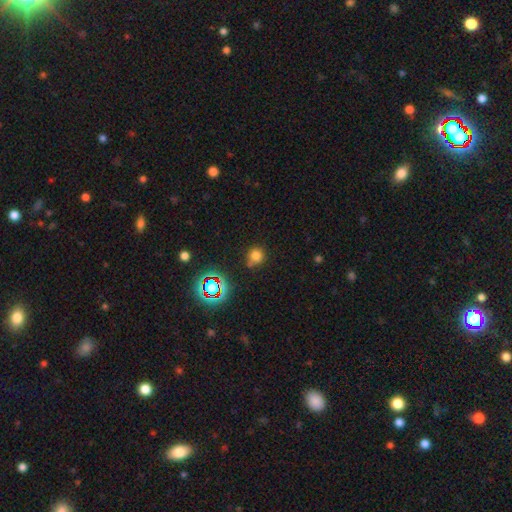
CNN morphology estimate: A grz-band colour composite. It shows a smooth galaxy with no disk features (73%) that is round (86%). Merging: none (68%).